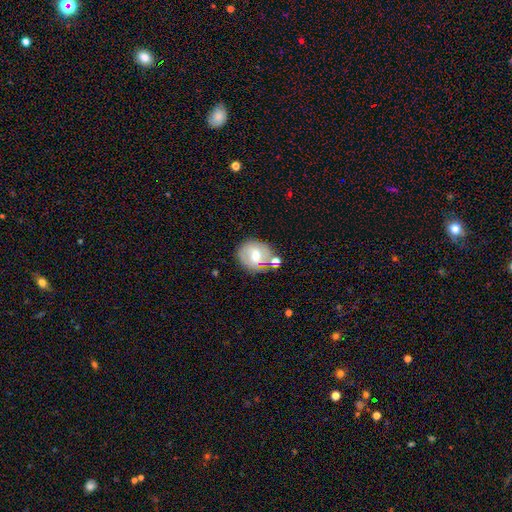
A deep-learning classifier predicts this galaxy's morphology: Overall: smooth (47%; featured or disk 45%). Merging: none (63%).